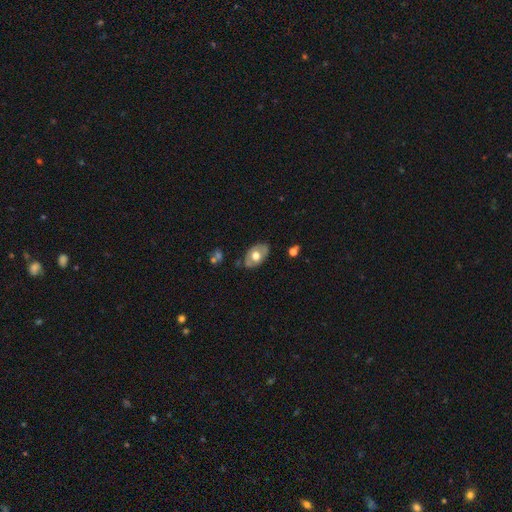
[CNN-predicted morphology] Smooth or featured?
  - smooth: 47% * (tied)
  - featured or disk: 47% * (tied)
  - star or artifact: 7%
Merging?
  - none: 74% *
  - minor disturbance: 19%
  - major disturbance: 4%
  - merger: 2%